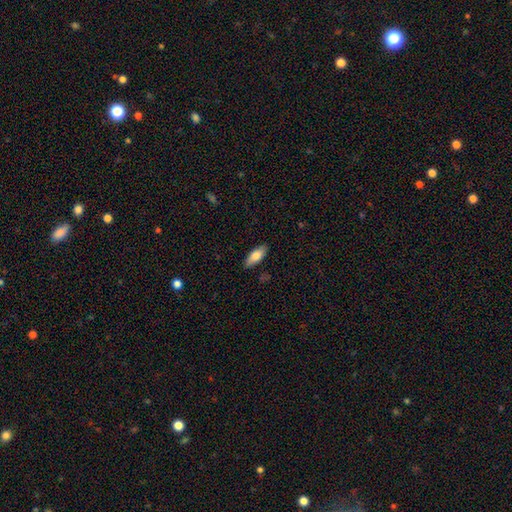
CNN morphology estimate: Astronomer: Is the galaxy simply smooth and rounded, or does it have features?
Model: smooth — 75%.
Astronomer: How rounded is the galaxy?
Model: in between — 75%.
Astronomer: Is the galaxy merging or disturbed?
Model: none — 87%.